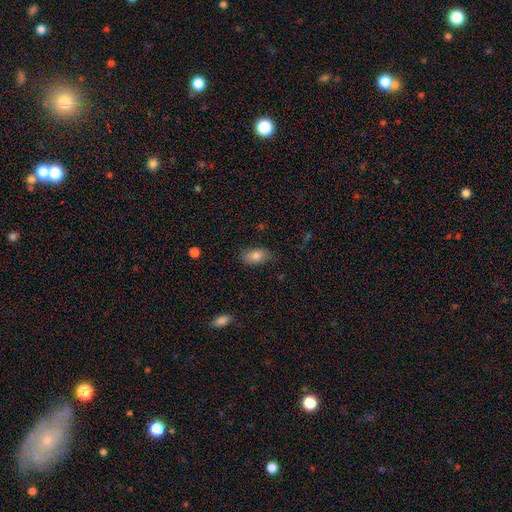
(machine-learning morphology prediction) This is clearly a smooth galaxy (83%). How rounded: clearly in between (91%). Merging: clearly none (80%).